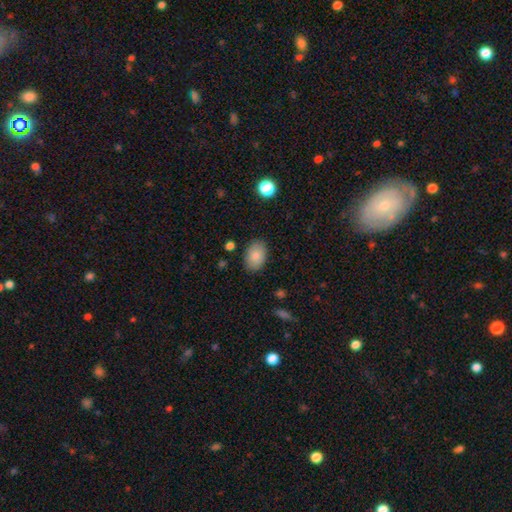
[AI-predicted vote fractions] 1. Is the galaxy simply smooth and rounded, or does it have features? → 86% smooth, 7% star or artifact, 7% featured or disk.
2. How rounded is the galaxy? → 86% in between, 13% round, 1% cigar-shaped.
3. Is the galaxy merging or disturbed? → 86% none, 10% minor disturbance, 3% major disturbance, 1% merger.